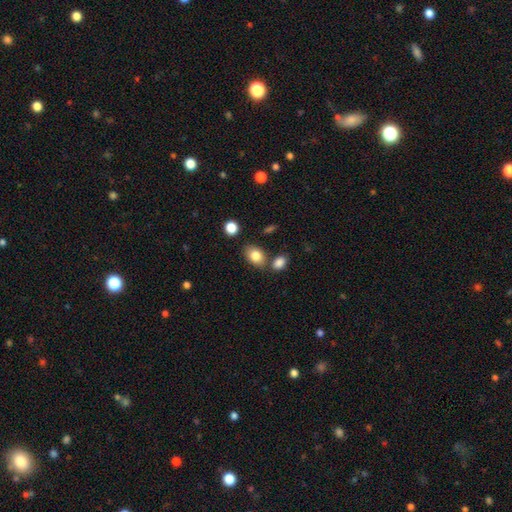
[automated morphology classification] Smooth or featured?
  - smooth: 83% *
  - featured or disk: 9%
  - star or artifact: 8%
How rounded?
  - in between: 81% *
  - round: 18%
  - cigar-shaped: 1%
Merging?
  - none: 72% *
  - merger: 13%
  - minor disturbance: 12%
  - major disturbance: 3%